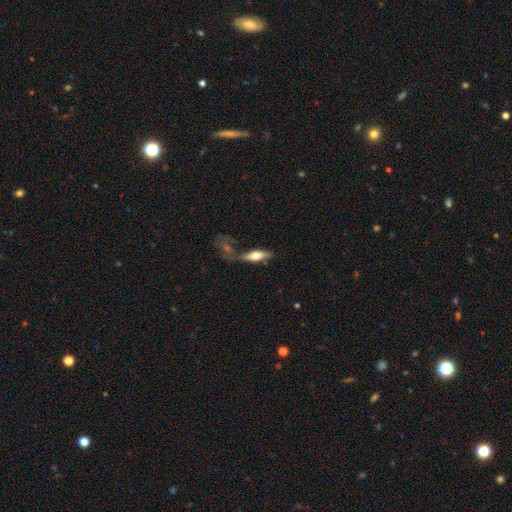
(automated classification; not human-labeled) A smooth galaxy with no disk features (49%). Merging: none (60%).